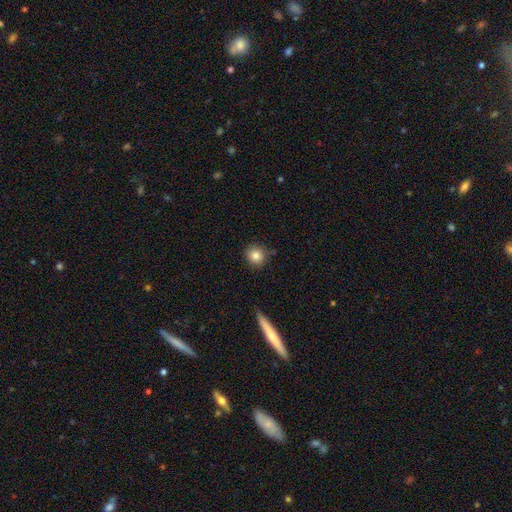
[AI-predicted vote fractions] The model was most divided on "smooth or featured": smooth: 83%, star or artifact: 10%, featured or disk: 8%. More confident: how rounded — round (91%); merging — none (85%).